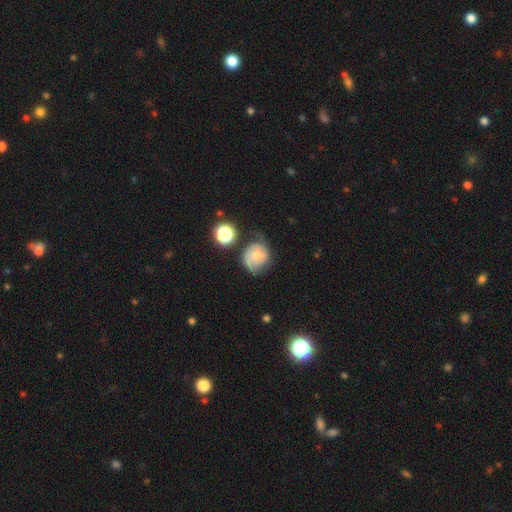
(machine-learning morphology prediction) smooth_or_featured: smooth (p=0.50) [alt: featured or disk p=0.40]
how_rounded: round (p=0.73) [alt: in between p=0.26]
merging: none (p=0.45) [alt: minor disturbance p=0.32]